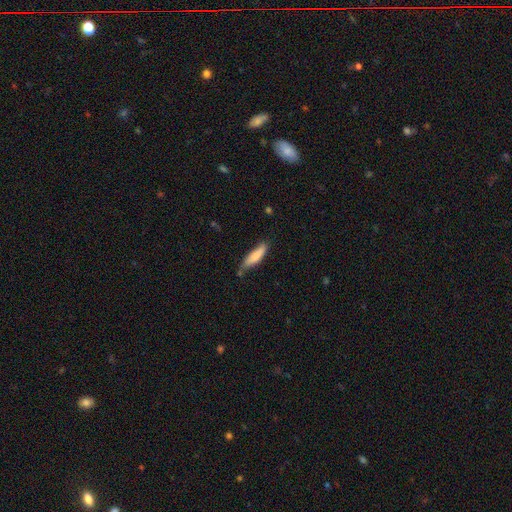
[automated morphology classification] This appears to be a smooth galaxy with no disk features (76%) that is cigar-shaped (70%). Merging: none (61%).